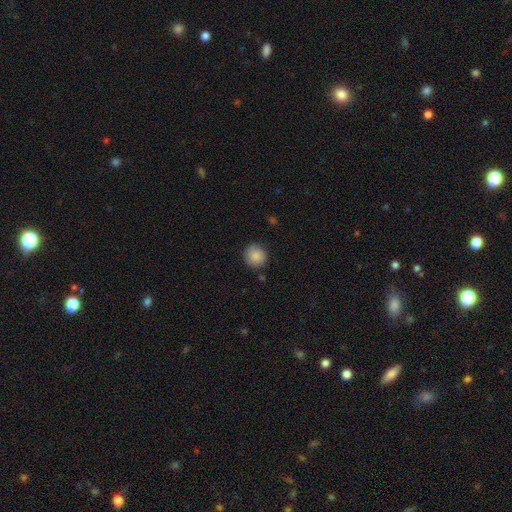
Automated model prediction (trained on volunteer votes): smooth-or-featured: smooth: 87% | star or artifact: 8% | featured or disk: 5%
  how-rounded: round: 92% | in between: 7% | cigar-shaped: 1%
  merging: none: 85% | minor disturbance: 11% | major disturbance: 2% | merger: 2%